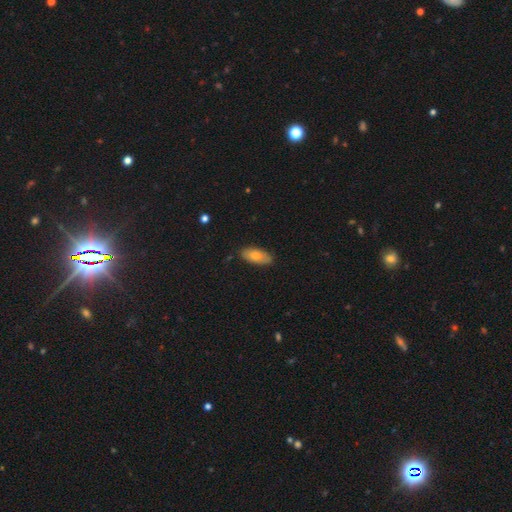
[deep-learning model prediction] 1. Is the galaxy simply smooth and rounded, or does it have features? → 76% smooth, 18% featured or disk, 6% star or artifact.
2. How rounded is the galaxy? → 89% in between, 8% cigar-shaped, 2% round.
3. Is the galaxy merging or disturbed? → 85% none, 12% minor disturbance, 2% major disturbance, 1% merger.